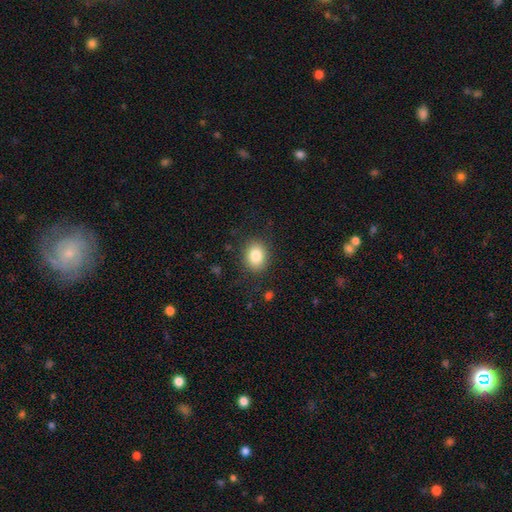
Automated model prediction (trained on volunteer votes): This is clearly a smooth galaxy (83%). How rounded: possibly round (52%). Merging: clearly none (85%).